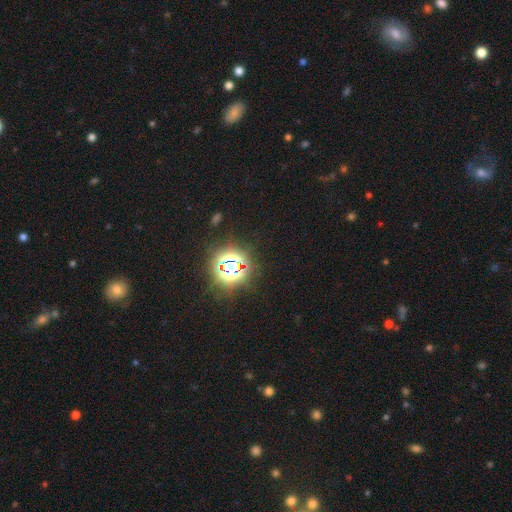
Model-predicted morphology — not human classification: Smooth or featured? Predicted: star or artifact (p=0.82).